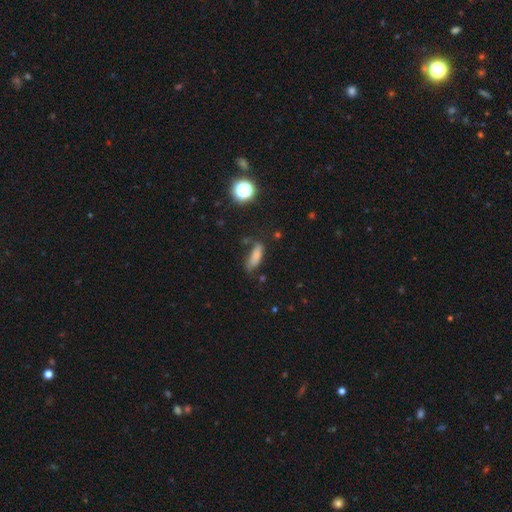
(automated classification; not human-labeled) A smooth galaxy with no disk features (77%) that is in between round and cigar-shaped (61%).

Vote fractions:
- Smooth or featured? smooth: 77% / star or artifact: 12% / featured or disk: 11%
- How rounded? in between: 61% / cigar-shaped: 36% / round: 4%
- Merging? none: 55% / minor disturbance: 29% / major disturbance: 11% / merger: 5%